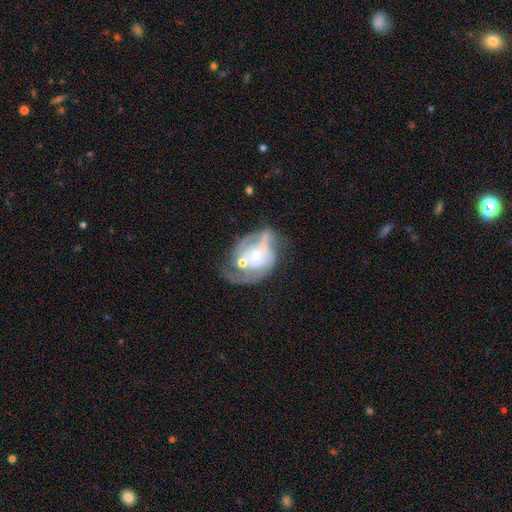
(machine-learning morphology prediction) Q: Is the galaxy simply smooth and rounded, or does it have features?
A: featured or disk — 72%.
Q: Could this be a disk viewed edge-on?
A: no — 97%.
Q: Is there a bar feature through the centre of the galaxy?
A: no — 73%.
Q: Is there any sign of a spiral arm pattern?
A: yes — 64%.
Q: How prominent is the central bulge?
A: small — 60%.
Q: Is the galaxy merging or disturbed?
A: merger — 31%.